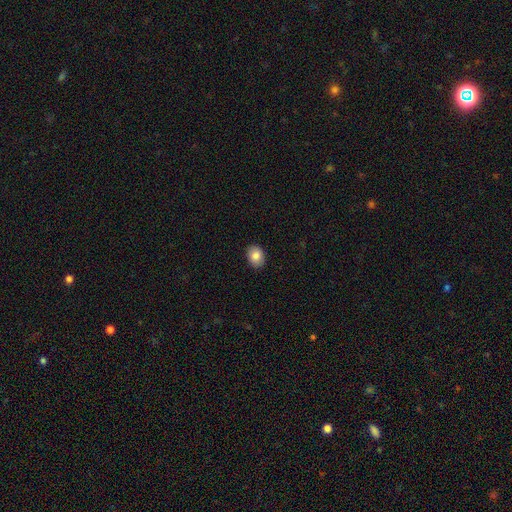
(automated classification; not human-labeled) Smooth or featured? smooth (84%)
How rounded? in between (63%)
Merging? none (90%)